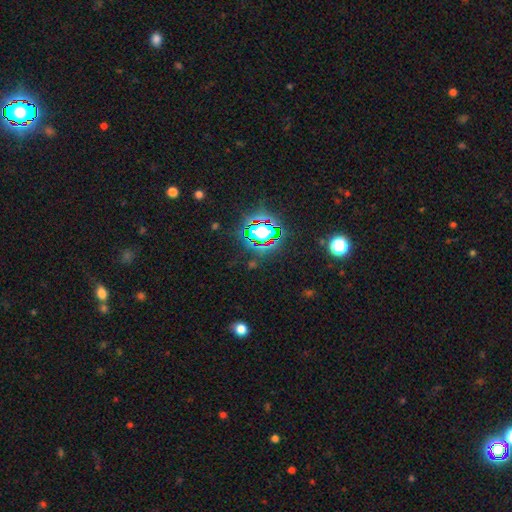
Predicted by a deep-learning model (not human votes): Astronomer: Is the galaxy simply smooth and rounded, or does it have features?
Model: star or artifact — 82%.